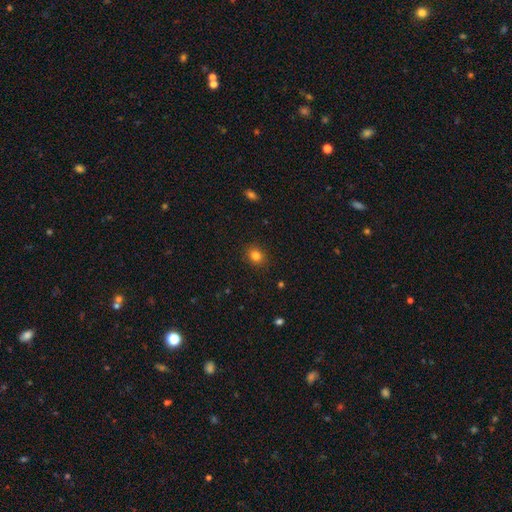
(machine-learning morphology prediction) smooth-or-featured: smooth: 82% | star or artifact: 12% | featured or disk: 6%
  how-rounded: round: 67% | in between: 32% | cigar-shaped: 1%
  merging: none: 89% | minor disturbance: 8% | major disturbance: 2% | merger: 1%